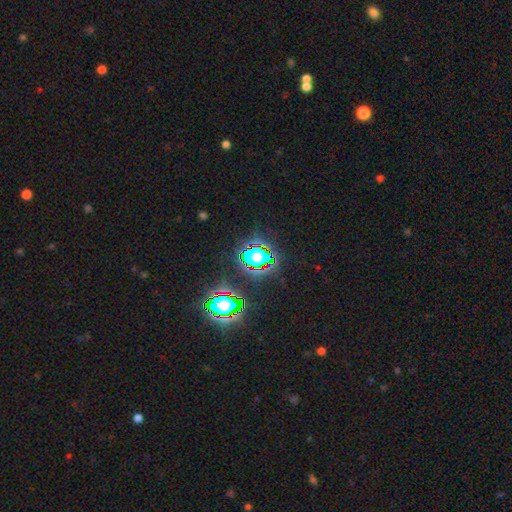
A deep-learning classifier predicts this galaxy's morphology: star or artifact 63%, smooth 25%, featured or disk 12%.